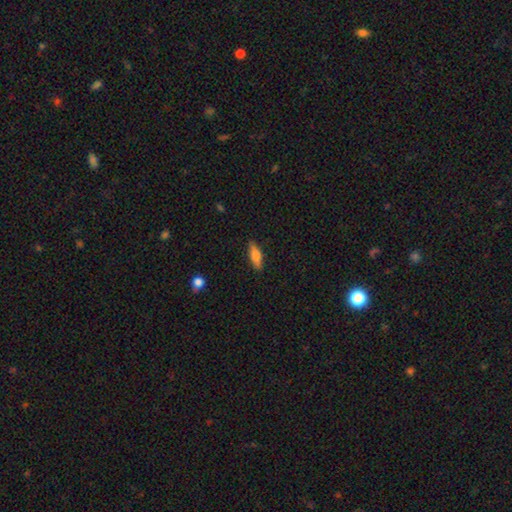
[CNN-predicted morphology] Smooth or featured: smooth — 68% (featured or disk — 25%)
How rounded: in between — 51% (cigar-shaped — 46%)
Merging: none — 86% (minor disturbance — 10%)